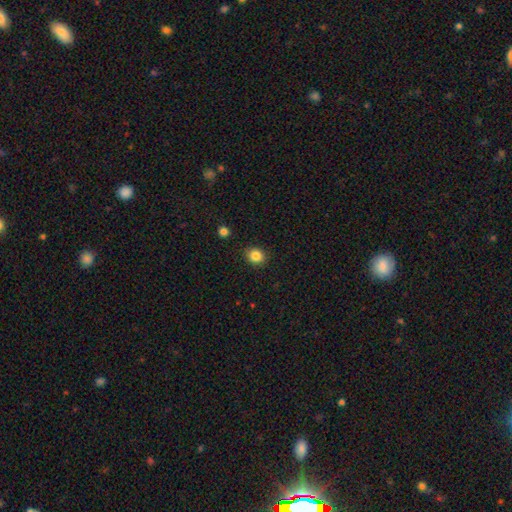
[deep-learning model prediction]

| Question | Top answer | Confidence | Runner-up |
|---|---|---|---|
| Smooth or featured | smooth | 85% | star or artifact (11%) |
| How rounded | round | 78% | in between (21%) |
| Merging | none | 90% | minor disturbance (7%) |